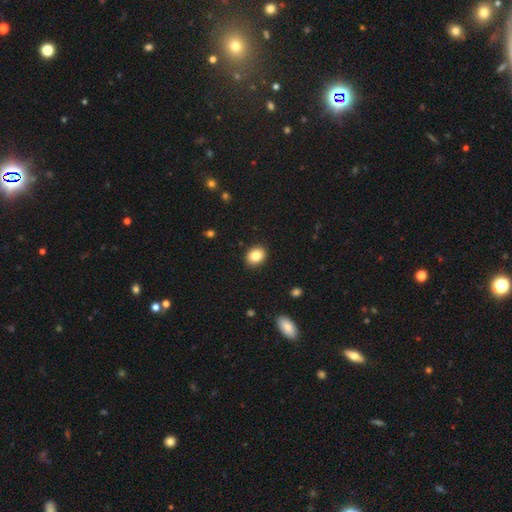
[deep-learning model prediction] smooth_or_featured: smooth (p=0.84) [alt: star or artifact p=0.09]
how_rounded: in between (p=0.55) [alt: round p=0.44]
merging: none (p=0.90) [alt: minor disturbance p=0.07]